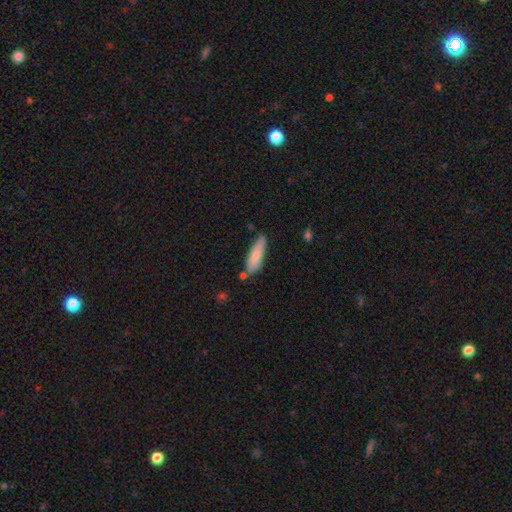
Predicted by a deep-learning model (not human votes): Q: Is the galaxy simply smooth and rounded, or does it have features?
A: smooth — 81%.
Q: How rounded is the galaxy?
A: cigar-shaped — 53%.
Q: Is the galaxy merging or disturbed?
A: none — 72%.